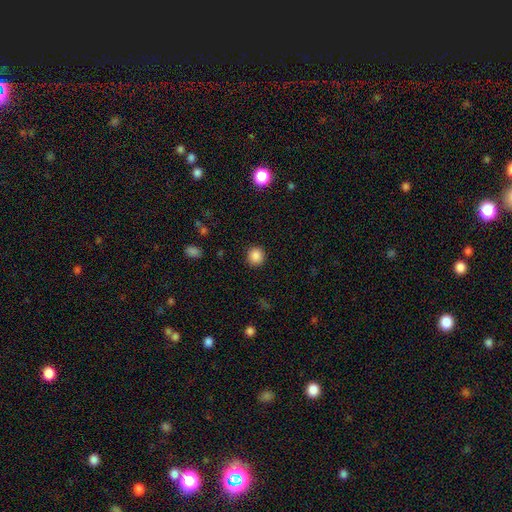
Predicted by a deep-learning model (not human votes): Smooth or featured? smooth (87%)
How rounded? round (90%)
Merging? none (90%)